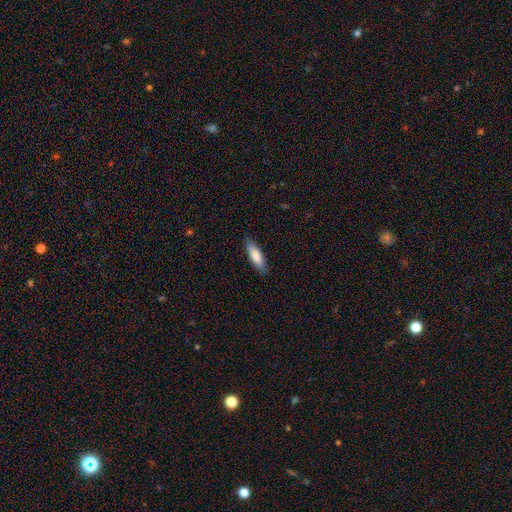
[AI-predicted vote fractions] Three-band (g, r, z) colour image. It shows a smooth galaxy with no disk features (81%) that is cigar-shaped (52%). Merging: none (87%).